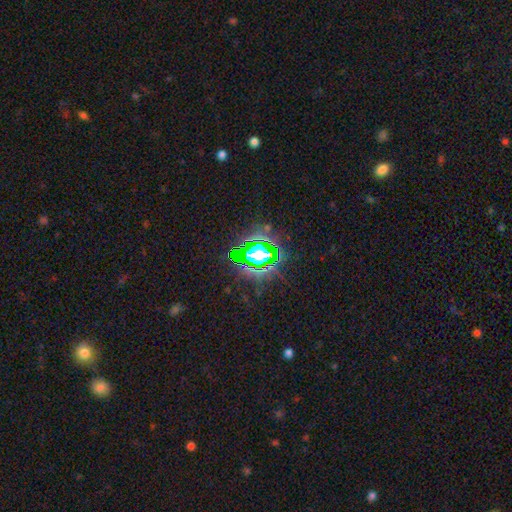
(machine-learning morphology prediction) Smooth or featured? Predicted: star or artifact (p=0.74).